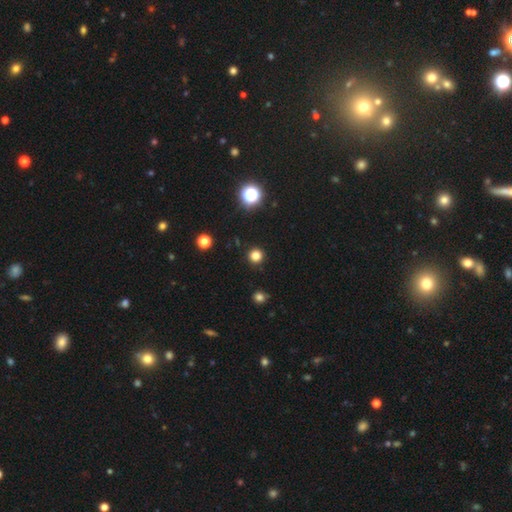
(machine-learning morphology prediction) This appears to be a smooth galaxy with no disk features (80%) that is round (95%). Merging: none (92%).